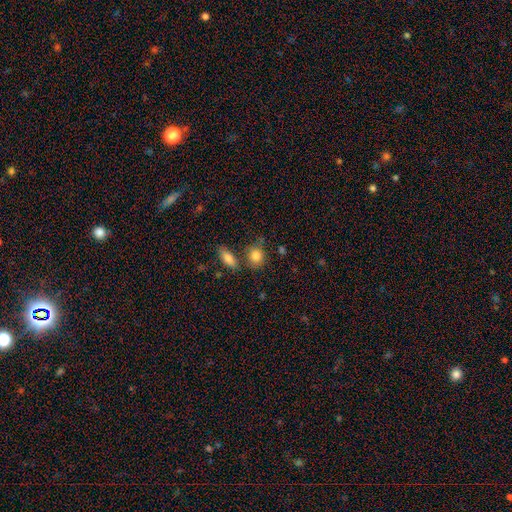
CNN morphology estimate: This appears to be a smooth galaxy with no disk features (85%) that is round (64%). Merging: none (66%).